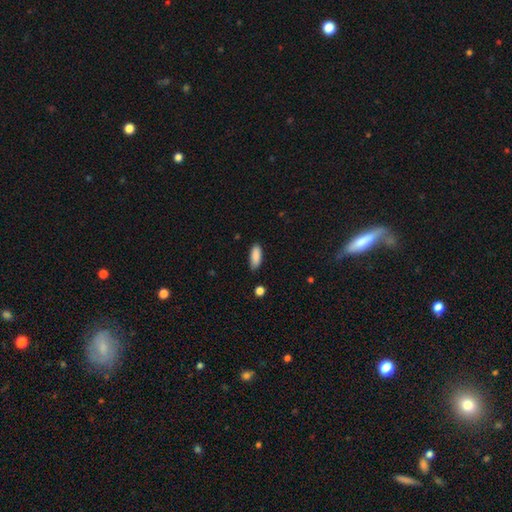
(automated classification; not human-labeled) smooth 89%, star or artifact 7%, featured or disk 5%. Down the decision tree: how rounded — in between (76%); merging — none (80%).